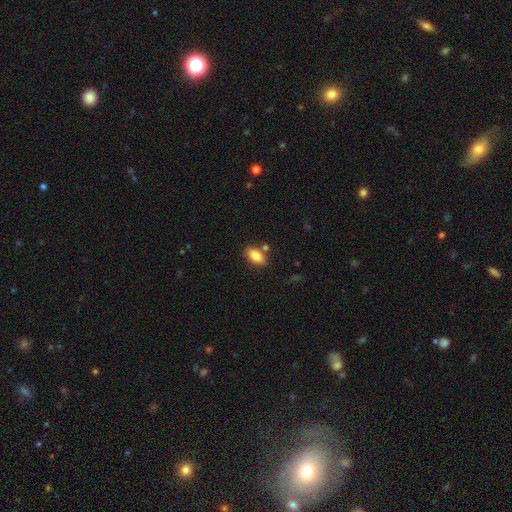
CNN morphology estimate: This appears to be a smooth galaxy with no disk features (86%) that is in between round and cigar-shaped (92%). Merging: none (77%).